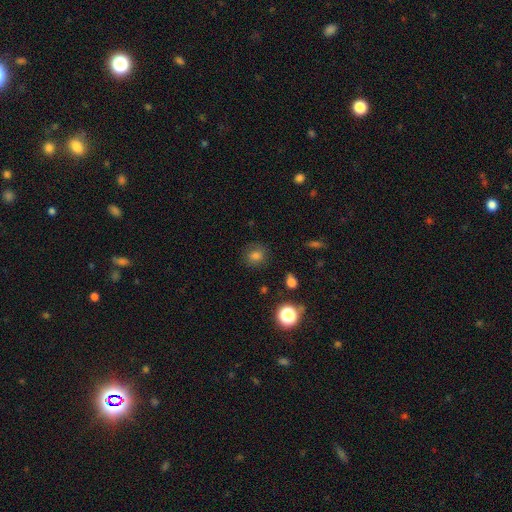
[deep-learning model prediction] Smooth or featured? smooth (78%)
How rounded? round (78%)
Merging? none (80%)